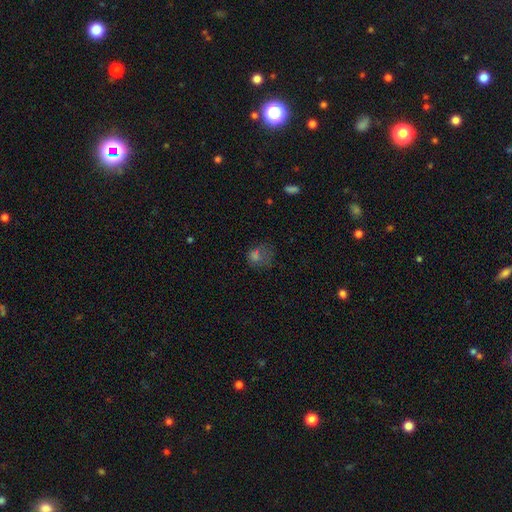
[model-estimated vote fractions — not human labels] A smooth galaxy with no disk features (57%) that is round (55%). Merging: none (36%).